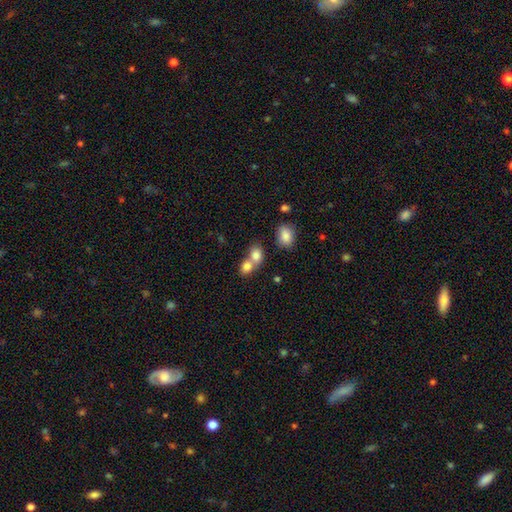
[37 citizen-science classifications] Volunteers were most divided on "how rounded": round: 58%, in between: 42%, cigar-shaped: 0%. More confident: smooth or featured — smooth (84%); merging — merger (54%).